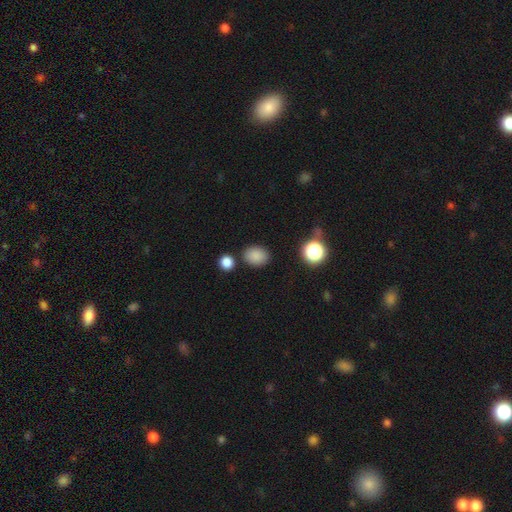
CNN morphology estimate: Smooth or featured: smooth — 85% (star or artifact — 11%)
How rounded: in between — 57% (round — 42%)
Merging: none — 82% (minor disturbance — 10%)